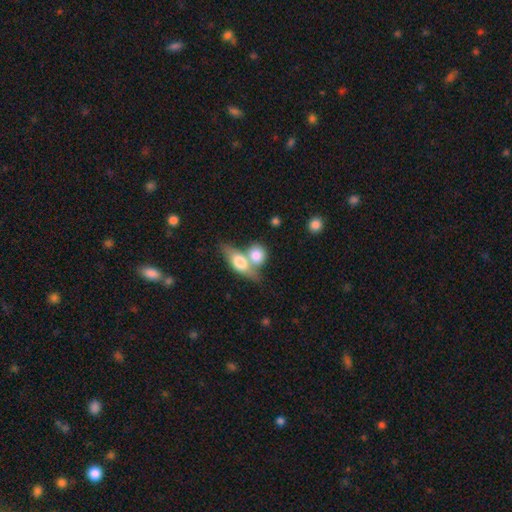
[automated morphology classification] A smooth galaxy with no disk features (76%) that is in between round and cigar-shaped (50%). Merging: merger (63%).